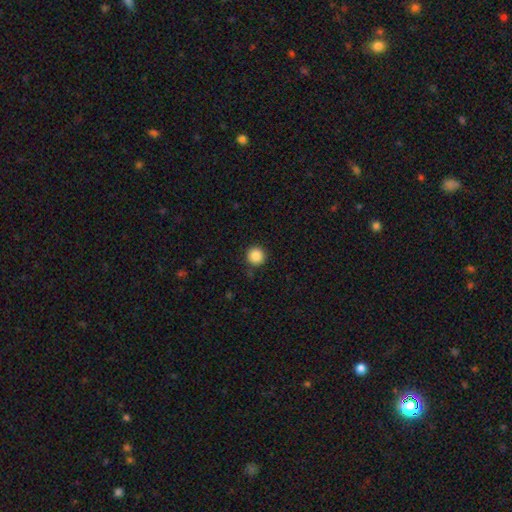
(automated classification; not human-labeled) Q: Smooth or featured?
A: smooth (87%); runner-up: star or artifact (10%)
Q: How rounded?
A: round (96%); runner-up: in between (3%)
Q: Merging?
A: none (90%); runner-up: minor disturbance (7%)